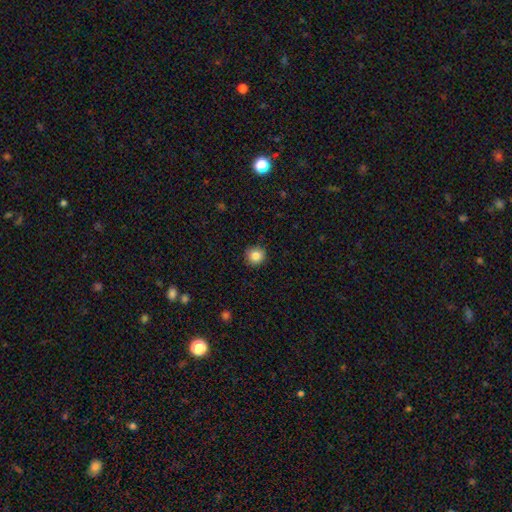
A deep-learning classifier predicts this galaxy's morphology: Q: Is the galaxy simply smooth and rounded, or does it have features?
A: smooth — 84%.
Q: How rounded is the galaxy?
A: round — 93%.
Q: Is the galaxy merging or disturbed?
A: none — 91%.